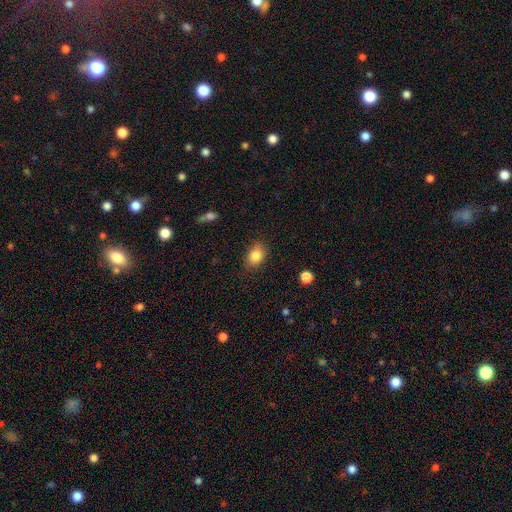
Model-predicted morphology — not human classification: Smooth or featured? Predicted: smooth (p=0.84). How rounded? Predicted: in between (p=0.74). Merging? Predicted: none (p=0.83).